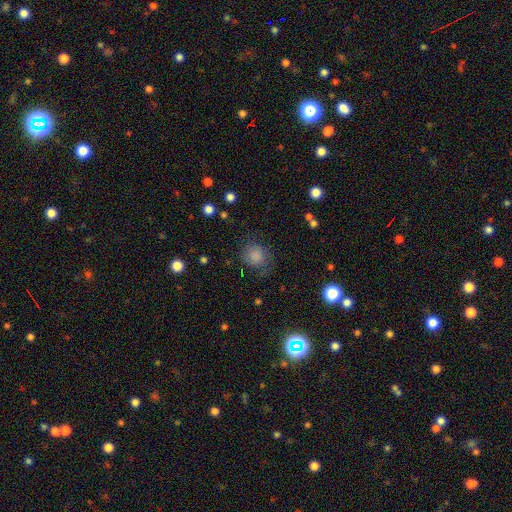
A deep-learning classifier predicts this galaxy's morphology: Q: Smooth or featured?
A: smooth (75%); runner-up: featured or disk (14%)
Q: How rounded?
A: round (78%); runner-up: in between (21%)
Q: Merging?
A: none (65%); runner-up: minor disturbance (21%)